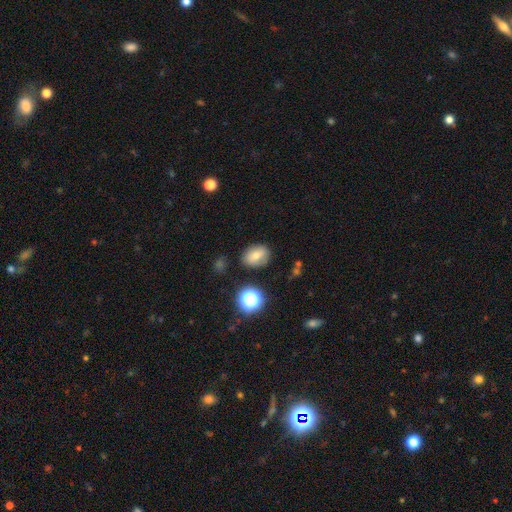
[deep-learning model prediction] The model was most divided on "how rounded": in between: 67%, round: 31%, cigar-shaped: 1%. More confident: merging — none (80%); smooth or featured — smooth (69%).